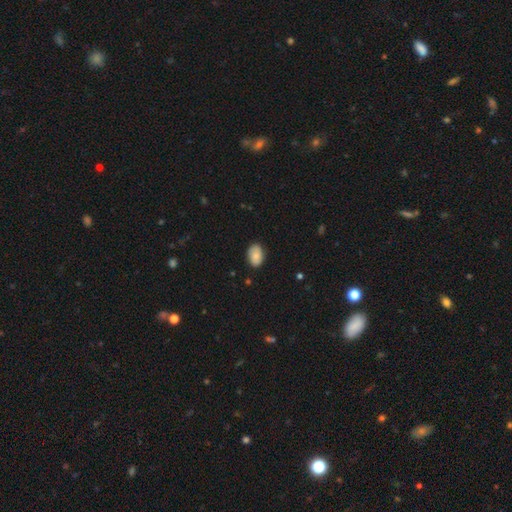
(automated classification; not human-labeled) smooth-or-featured: smooth: 79% | featured or disk: 14% | star or artifact: 7%
  how-rounded: in between: 88% | round: 11% | cigar-shaped: 1%
  merging: none: 82% | minor disturbance: 14% | major disturbance: 2% | merger: 1%